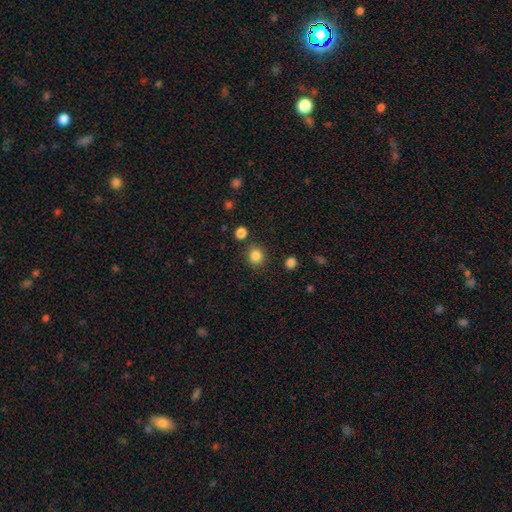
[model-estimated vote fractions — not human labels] Morphology: type=smooth (84%); roundness=round (88%); merging=none (85%).